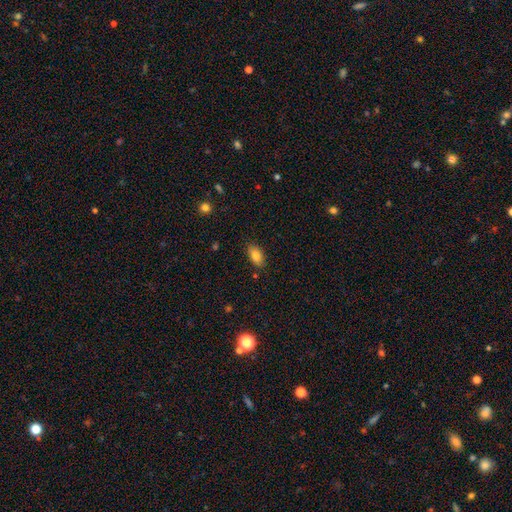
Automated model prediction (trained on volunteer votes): This appears to be a smooth galaxy with no disk features (83%) that is in between round and cigar-shaped (89%). Merging: none (84%).